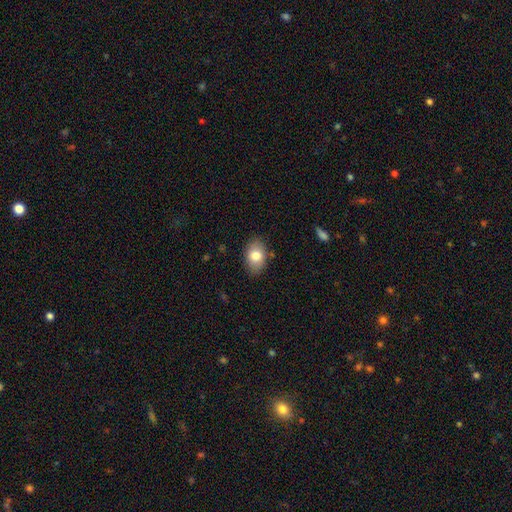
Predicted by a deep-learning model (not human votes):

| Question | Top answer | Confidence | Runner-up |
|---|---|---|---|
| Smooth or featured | smooth | 79% | featured or disk (13%) |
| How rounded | in between | 85% | round (14%) |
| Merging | none | 84% | minor disturbance (12%) |